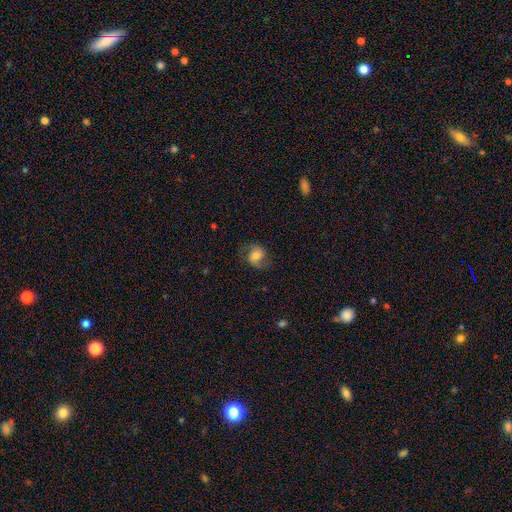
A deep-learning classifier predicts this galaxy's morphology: The model was most divided on "smooth or featured": featured or disk: 47%, smooth: 44%, star or artifact: 10%. More confident: merging — none (69%).